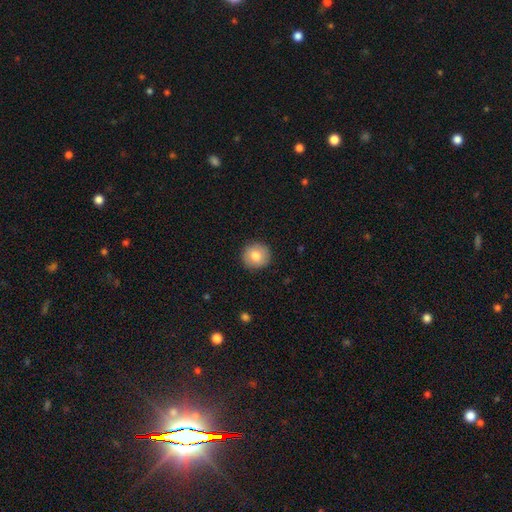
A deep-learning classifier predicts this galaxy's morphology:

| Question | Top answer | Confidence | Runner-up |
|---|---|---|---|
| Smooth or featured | smooth | 80% | featured or disk (12%) |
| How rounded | round | 93% | in between (6%) |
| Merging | none | 90% | minor disturbance (7%) |